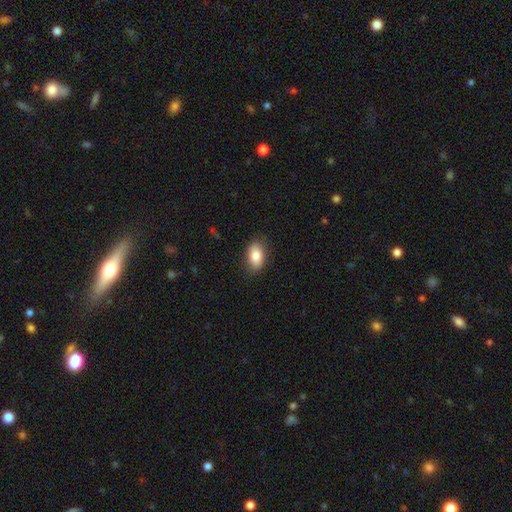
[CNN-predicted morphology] smooth_or_featured: smooth (p=0.85) [alt: featured or disk p=0.08]
how_rounded: in between (p=0.90) [alt: round p=0.09]
merging: none (p=0.86) [alt: minor disturbance p=0.11]